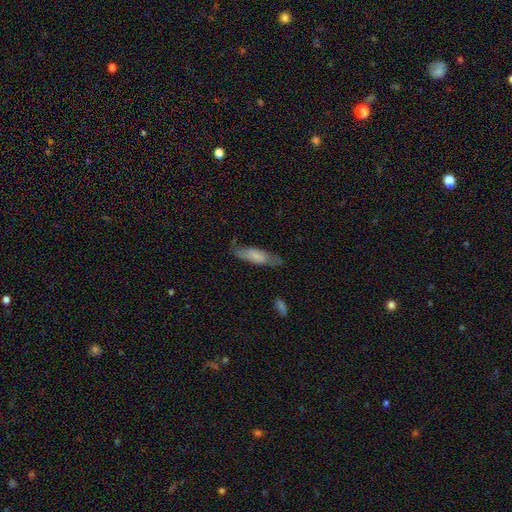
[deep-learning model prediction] Smooth or featured? smooth (69%)
How rounded? cigar-shaped (57%)
Merging? none (67%)